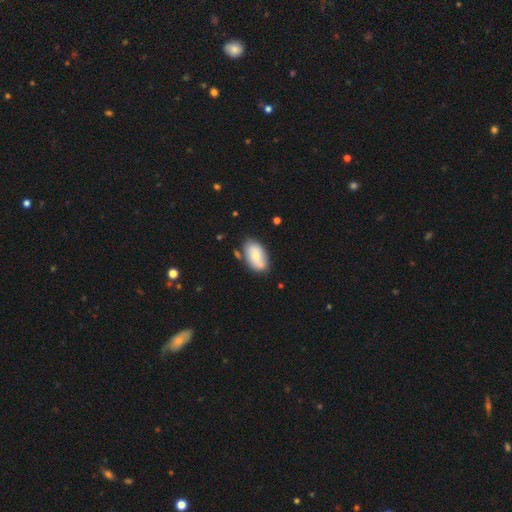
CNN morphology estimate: This appears to be a smooth galaxy with no disk features (68%) that is in between round and cigar-shaped (93%). Merging: none (71%).